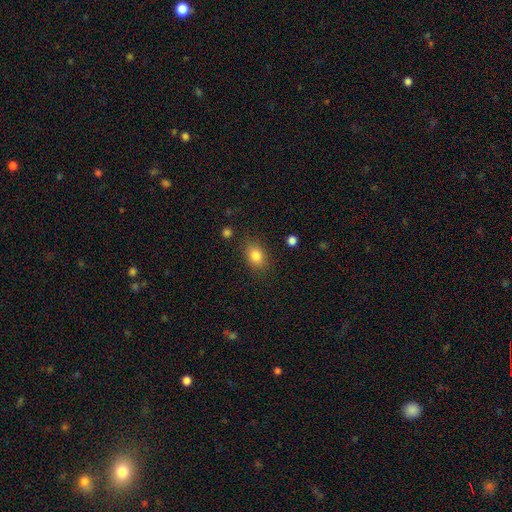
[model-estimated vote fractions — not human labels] Smooth or featured: smooth — 83% (star or artifact — 10%)
How rounded: in between — 70% (round — 29%)
Merging: none — 81% (minor disturbance — 13%)